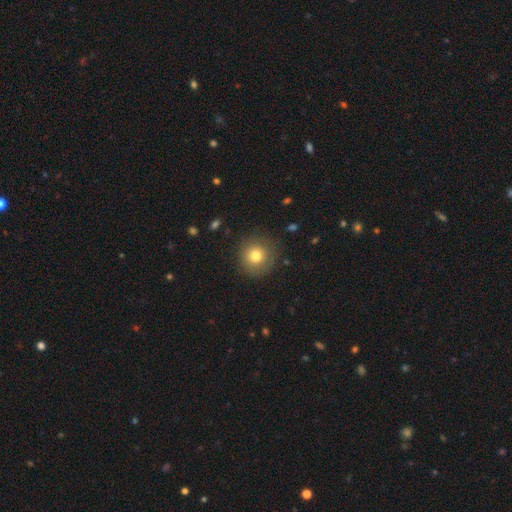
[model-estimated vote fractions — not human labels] Smooth or featured? Predicted: smooth (p=0.77). How rounded? Predicted: round (p=0.93). Merging? Predicted: none (p=0.85).